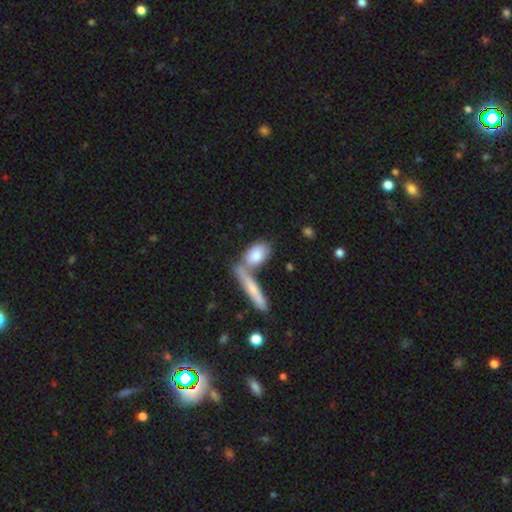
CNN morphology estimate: The model was most divided on "merging": none: 44%, merger: 39%, minor disturbance: 12%, major disturbance: 5%. More confident: smooth or featured — smooth (75%); how rounded — in between (71%).